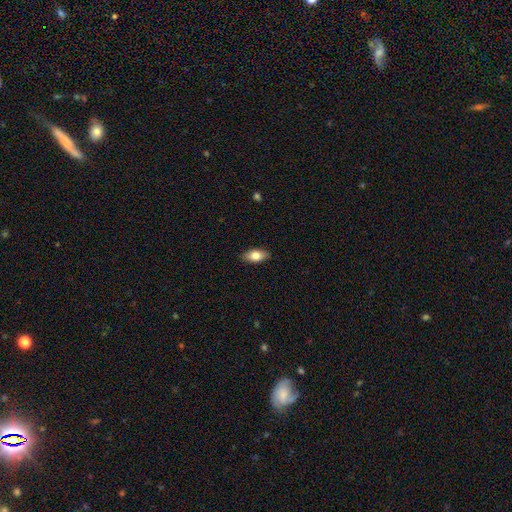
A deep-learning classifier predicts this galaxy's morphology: This is likely a smooth galaxy (77%). How rounded: clearly in between (89%). Merging: clearly none (89%).